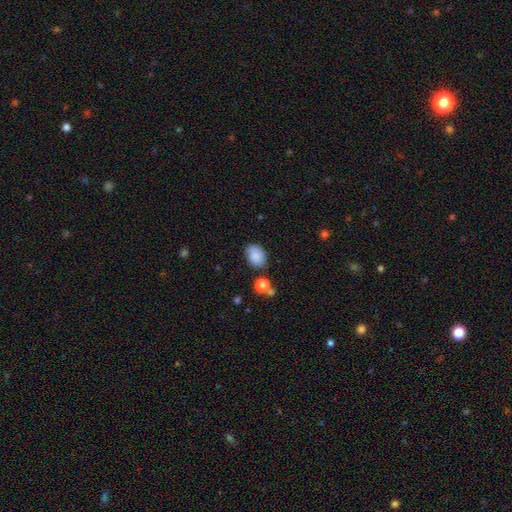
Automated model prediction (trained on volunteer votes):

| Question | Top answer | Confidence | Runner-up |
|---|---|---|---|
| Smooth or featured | smooth | 85% | star or artifact (8%) |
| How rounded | in between | 80% | round (19%) |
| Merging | none | 70% | minor disturbance (20%) |